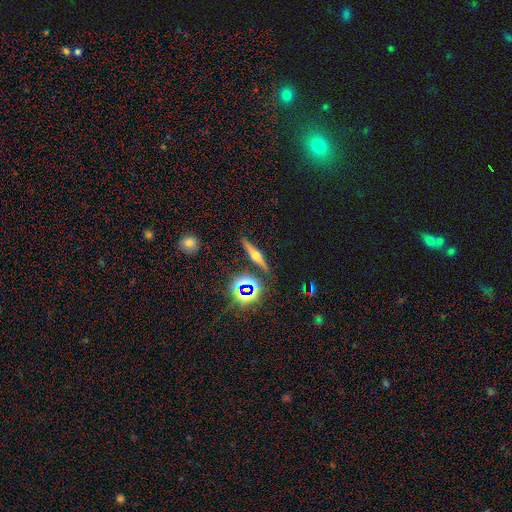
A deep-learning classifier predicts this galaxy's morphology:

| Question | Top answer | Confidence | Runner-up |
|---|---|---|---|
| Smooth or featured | featured or disk | 60% | smooth (23%) |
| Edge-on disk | yes | 95% | no (5%) |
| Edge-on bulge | rounded | 93% | boxy (5%) |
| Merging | none | 88% | minor disturbance (8%) |